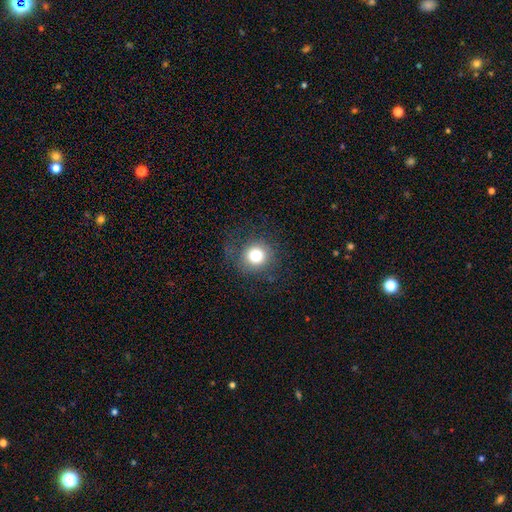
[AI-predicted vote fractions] Smooth or featured: smooth — 80% (star or artifact — 11%)
How rounded: round — 92% (in between — 7%)
Merging: none — 79% (minor disturbance — 12%)